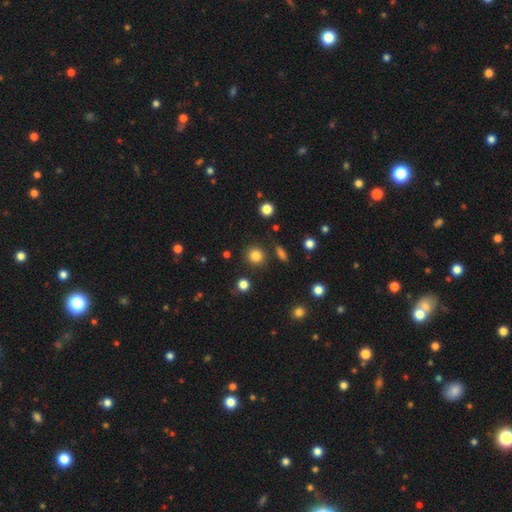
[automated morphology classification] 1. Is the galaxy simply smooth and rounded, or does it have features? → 83% smooth, 12% star or artifact, 5% featured or disk.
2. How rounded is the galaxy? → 91% round, 8% in between, 1% cigar-shaped.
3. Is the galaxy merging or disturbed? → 87% none, 7% minor disturbance, 4% merger, 3% major disturbance.